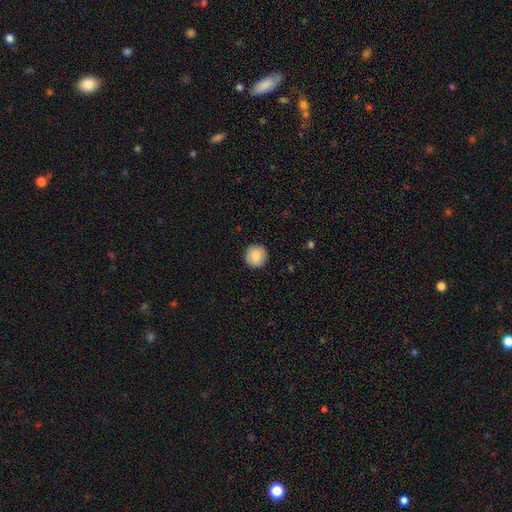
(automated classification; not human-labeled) smooth 86%, star or artifact 7%, featured or disk 7%. Down the decision tree: how rounded — round (94%); merging — none (90%).